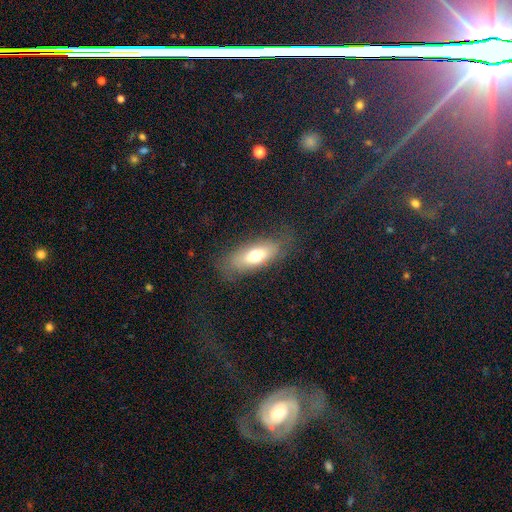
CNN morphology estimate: The model was most divided on "smooth or featured": smooth: 67%, featured or disk: 25%, star or artifact: 8%. More confident: merging — none (79%); how rounded — in between (74%).